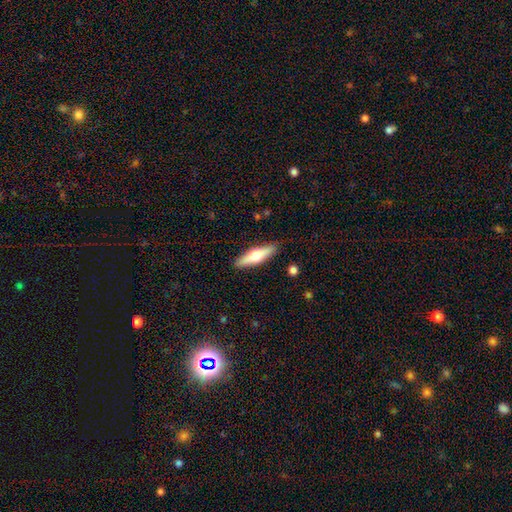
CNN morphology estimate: Smooth or featured?
  - featured or disk: 51% *
  - smooth: 44%
  - star or artifact: 6%
Edge-on disk?
  - yes: 93% *
  - no: 7%
Merging?
  - none: 89% *
  - minor disturbance: 8%
  - major disturbance: 2%
  - merger: 1%